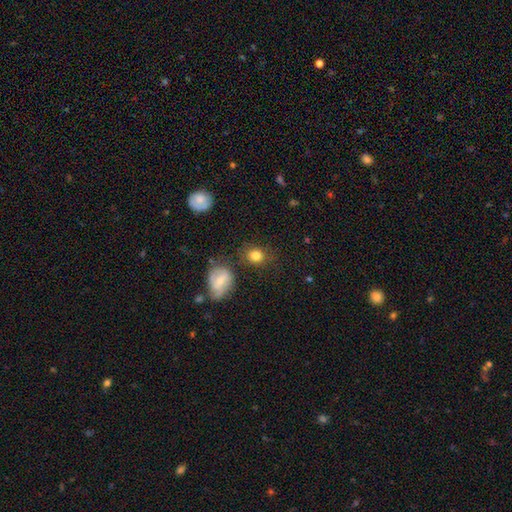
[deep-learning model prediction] The model was most divided on "how rounded": round: 72%, in between: 26%, cigar-shaped: 1%. More confident: smooth or featured — smooth (82%); merging — none (77%).